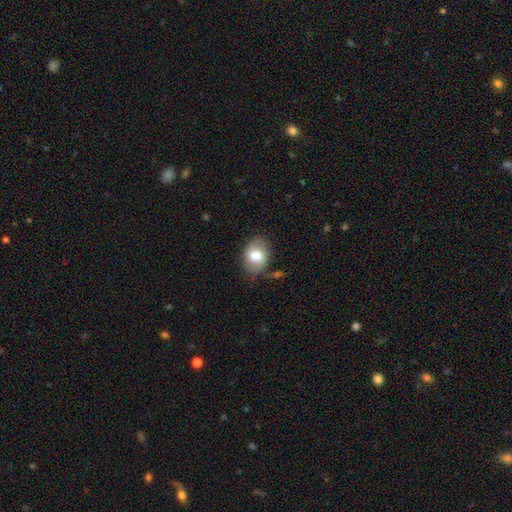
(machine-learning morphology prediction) A smooth galaxy with no disk features (73%) that is in between round and cigar-shaped (70%).

Vote fractions:
- Smooth or featured? smooth: 73% / featured or disk: 19% / star or artifact: 7%
- How rounded? in between: 70% / round: 29% / cigar-shaped: 1%
- Merging? none: 73% / minor disturbance: 18% / major disturbance: 5% / merger: 3%